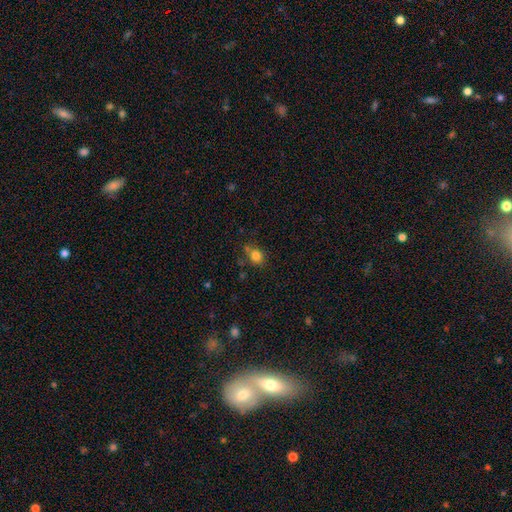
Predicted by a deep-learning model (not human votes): A smooth galaxy with no disk features (81%) that is round (67%).

Vote fractions:
- Smooth or featured? smooth: 81% / star or artifact: 13% / featured or disk: 7%
- How rounded? round: 67% / in between: 31% / cigar-shaped: 1%
- Merging? none: 64% / minor disturbance: 19% / merger: 10% / major disturbance: 6%